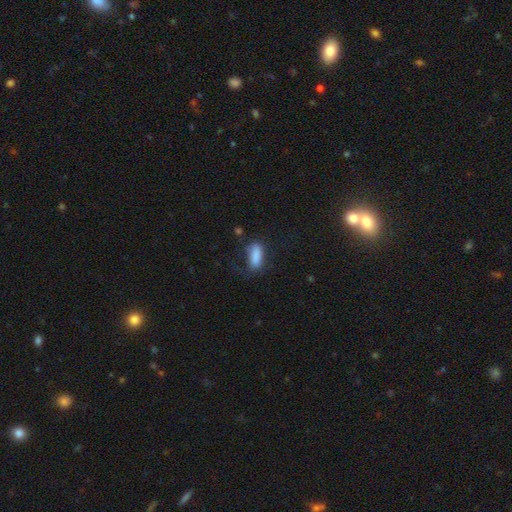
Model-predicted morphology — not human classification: This is clearly a smooth galaxy (83%). How rounded: likely in between (75%). Merging: possibly none (51%).